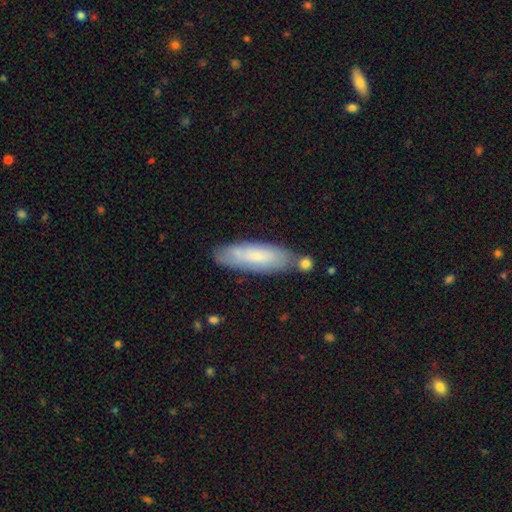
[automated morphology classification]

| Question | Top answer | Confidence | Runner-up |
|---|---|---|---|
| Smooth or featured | smooth | 69% | featured or disk (25%) |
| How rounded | in between | 50% | cigar-shaped (48%) |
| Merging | none | 68% | minor disturbance (17%) |